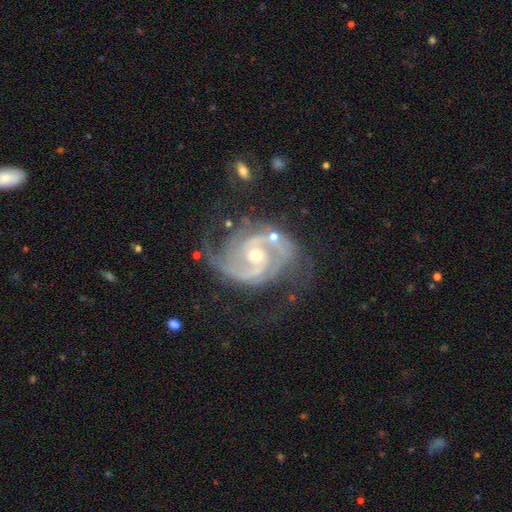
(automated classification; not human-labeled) This is clearly a featured or disk galaxy (91%). It is clearly not viewed edge-on (98%). Bar: possibly no (51%). Spiral arm pattern: clearly yes (98%). Spiral arm count: likely 2 (74%). Spiral winding: possibly medium (46%). Central bulge: possibly moderate (60%). Merging: possibly none (59%).